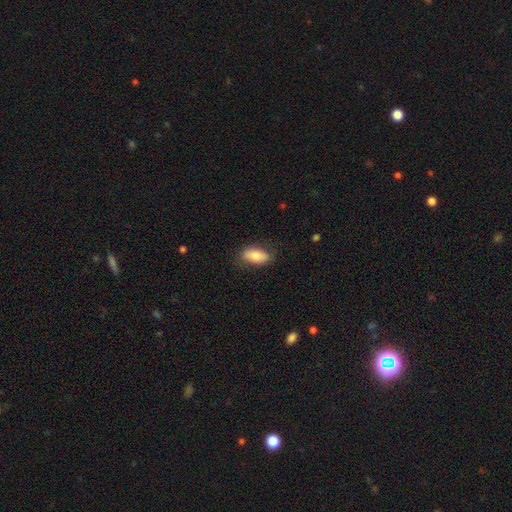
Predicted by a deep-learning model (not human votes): smooth-or-featured: smooth: 77% | featured or disk: 17% | star or artifact: 6%
  how-rounded: in between: 90% | cigar-shaped: 6% | round: 4%
  merging: none: 79% | minor disturbance: 15% | major disturbance: 4% | merger: 1%